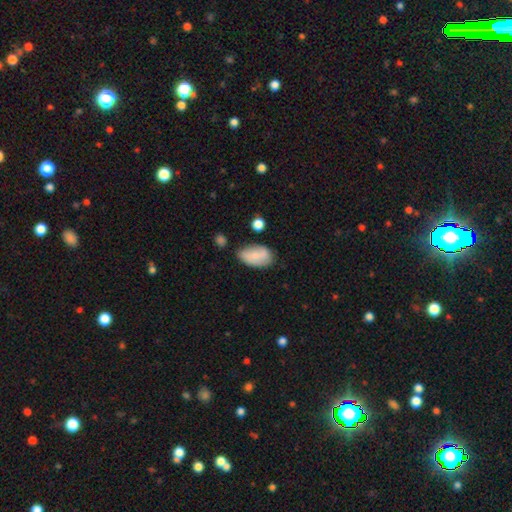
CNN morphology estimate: Smooth or featured?
  - smooth: 69% *
  - featured or disk: 24%
  - star or artifact: 7%
How rounded?
  - in between: 92% *
  - round: 6%
  - cigar-shaped: 2%
Merging?
  - none: 63% *
  - minor disturbance: 25%
  - merger: 6%
  - major disturbance: 6%